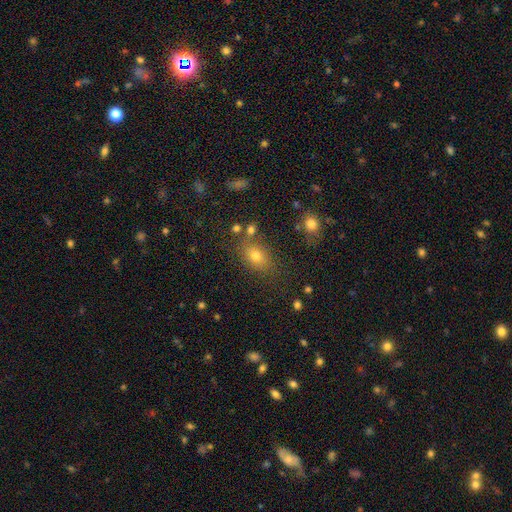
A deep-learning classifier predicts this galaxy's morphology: Overall: smooth (72%). How rounded: in between (70%). Merging: none (73%).